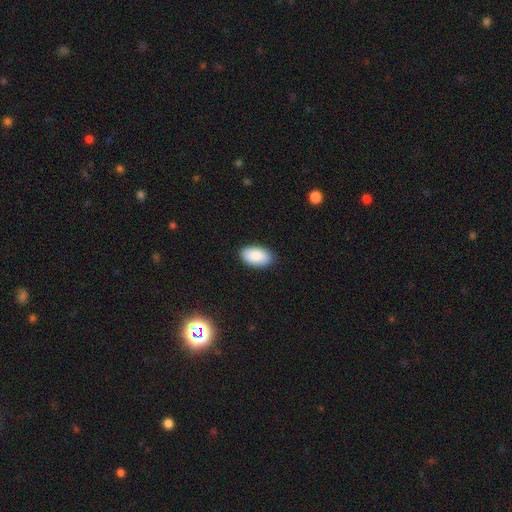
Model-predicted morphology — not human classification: This is clearly a smooth galaxy (89%). How rounded: clearly in between (95%). Merging: clearly none (88%).